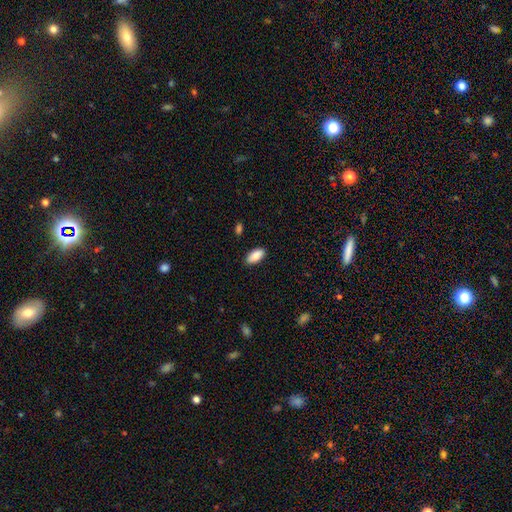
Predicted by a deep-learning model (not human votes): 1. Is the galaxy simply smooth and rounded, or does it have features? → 87% smooth, 7% featured or disk, 6% star or artifact.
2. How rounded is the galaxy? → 92% in between, 6% cigar-shaped, 2% round.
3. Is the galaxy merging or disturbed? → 88% none, 9% minor disturbance, 2% major disturbance, 1% merger.